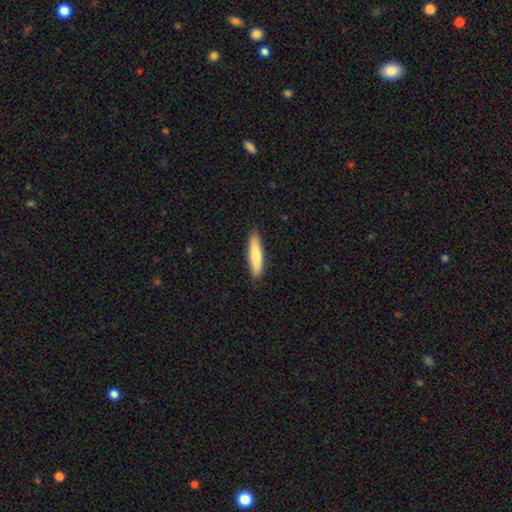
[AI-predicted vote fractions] The model was most divided on "smooth or featured": smooth: 77%, featured or disk: 18%, star or artifact: 5%. More confident: merging — none (89%); how rounded — cigar-shaped (82%).